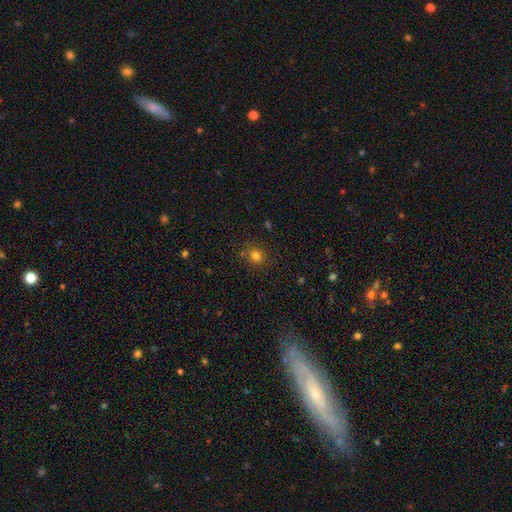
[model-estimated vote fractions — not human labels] The model was most divided on "smooth or featured": smooth: 78%, star or artifact: 16%, featured or disk: 6%. More confident: how rounded — round (89%); merging — none (83%).